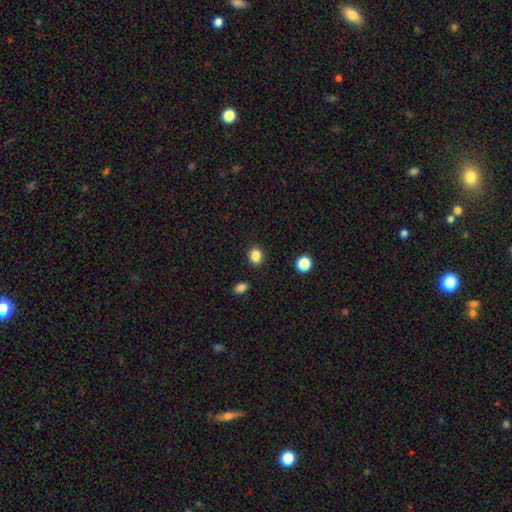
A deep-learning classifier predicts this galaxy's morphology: smooth-or-featured: smooth: 86% | star or artifact: 11% | featured or disk: 4%
  how-rounded: round: 57% | in between: 42% | cigar-shaped: 1%
  merging: none: 89% | minor disturbance: 7% | major disturbance: 2% | merger: 2%